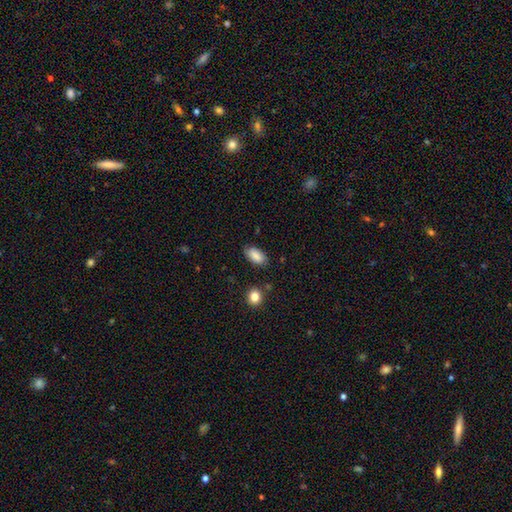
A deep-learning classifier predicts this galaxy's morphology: Smooth or featured? smooth (87%)
How rounded? in between (92%)
Merging? none (81%)